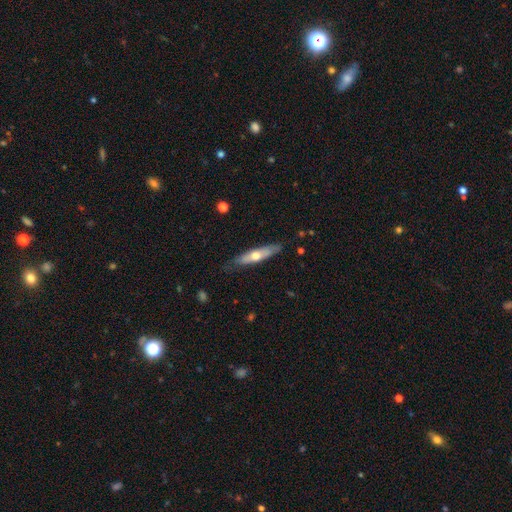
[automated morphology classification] Smooth or featured? smooth (49%)
Merging? none (79%)